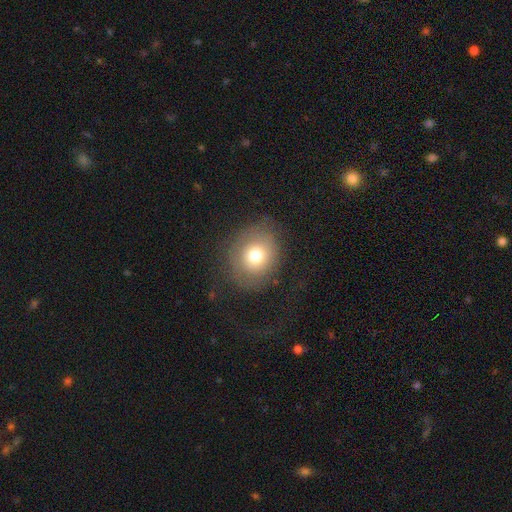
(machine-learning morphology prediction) This is likely a smooth galaxy (72%). How rounded: likely round (74%). Merging: likely none (74%).